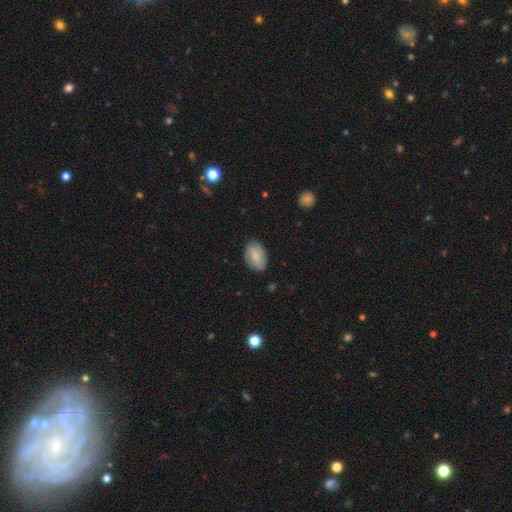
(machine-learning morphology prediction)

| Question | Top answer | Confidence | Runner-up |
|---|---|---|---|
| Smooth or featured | smooth | 79% | featured or disk (14%) |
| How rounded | in between | 88% | round (11%) |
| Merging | none | 78% | minor disturbance (17%) |